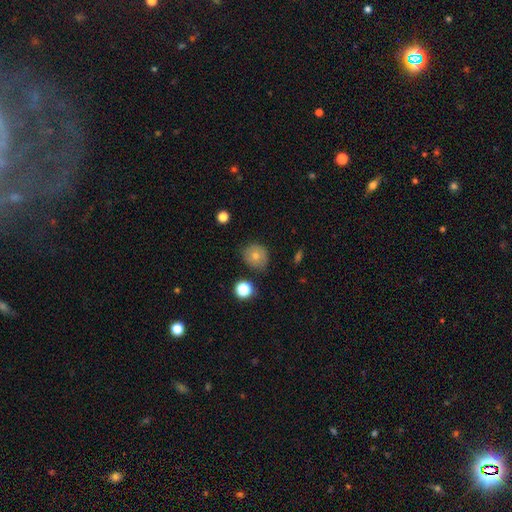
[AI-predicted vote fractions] The model was most divided on "smooth or featured": smooth: 72%, featured or disk: 17%, star or artifact: 11%. More confident: how rounded — round (80%); merging — none (75%).